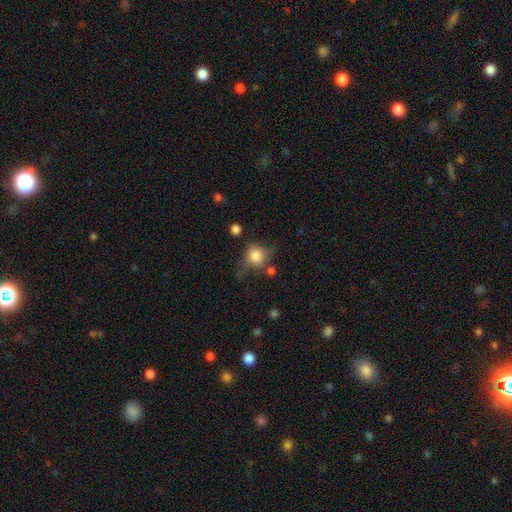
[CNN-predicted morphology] Smooth or featured? smooth (75%)
How rounded? round (82%)
Merging? none (57%)